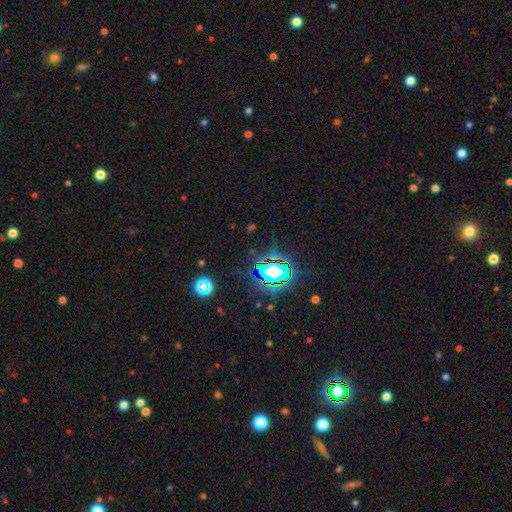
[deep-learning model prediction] smooth_or_featured: star or artifact (p=0.78) [alt: smooth p=0.14]